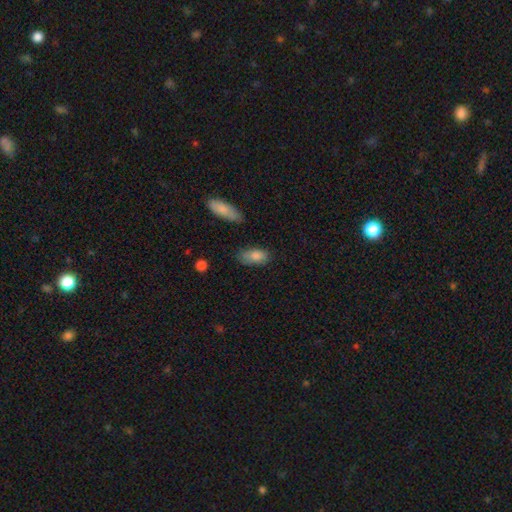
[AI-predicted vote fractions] smooth-or-featured: smooth: 82% | featured or disk: 11% | star or artifact: 7%
  how-rounded: in between: 88% | cigar-shaped: 9% | round: 3%
  merging: none: 70% | minor disturbance: 22% | major disturbance: 5% | merger: 3%